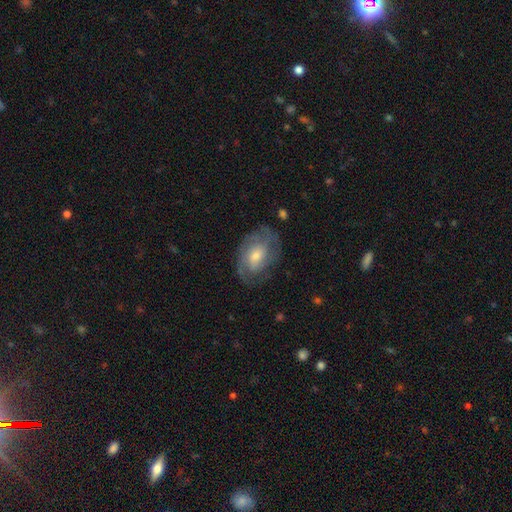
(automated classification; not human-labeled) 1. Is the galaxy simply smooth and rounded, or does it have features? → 71% featured or disk, 22% smooth, 6% star or artifact.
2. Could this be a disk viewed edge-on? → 96% no, 4% yes.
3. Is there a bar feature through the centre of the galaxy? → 60% no, 34% weak, 7% strong.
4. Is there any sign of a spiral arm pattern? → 88% yes, 12% no.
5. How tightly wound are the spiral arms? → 52% tight, 36% medium, 12% loose.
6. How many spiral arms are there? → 37% 2, 34% can't tell, 16% 3, 5% 1, 5% 4, 3% more than 4.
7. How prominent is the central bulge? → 57% moderate, 33% small, 7% large, 2% none, 1% dominant.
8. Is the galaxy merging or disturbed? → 72% none, 19% minor disturbance, 8% major disturbance, 1% merger.